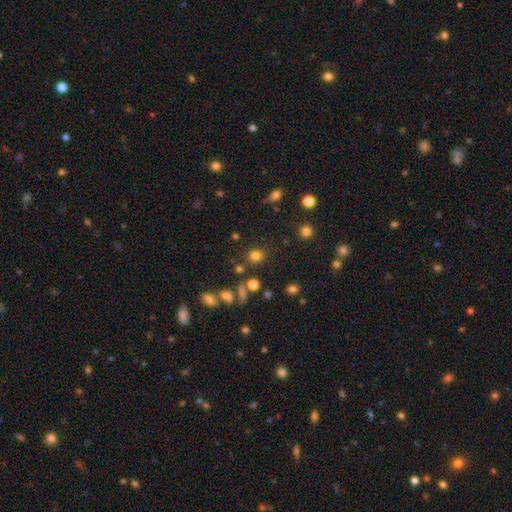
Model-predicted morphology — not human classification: Smooth or featured? smooth (77%)
How rounded? round (77%)
Merging? none (82%)